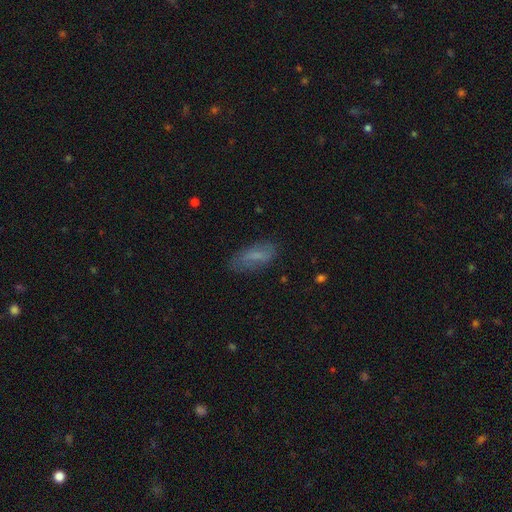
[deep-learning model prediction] smooth_or_featured: smooth (p=0.64) [alt: featured or disk p=0.27]
how_rounded: in between (p=0.69) [alt: cigar-shaped p=0.28]
merging: none (p=0.71) [alt: minor disturbance p=0.20]